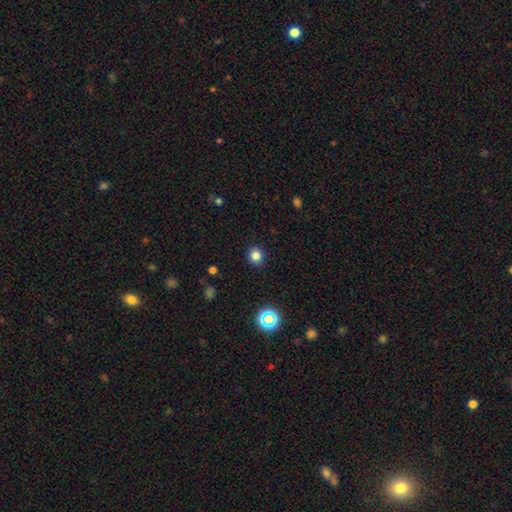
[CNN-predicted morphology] A smooth galaxy with no disk features (80%) that is round (84%). Merging: none (91%).